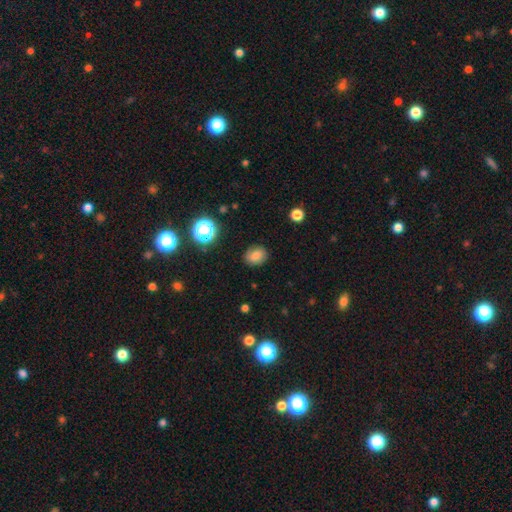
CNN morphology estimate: This appears to be a smooth galaxy with no disk features (79%) that is in between round and cigar-shaped (51%). Merging: none (85%).